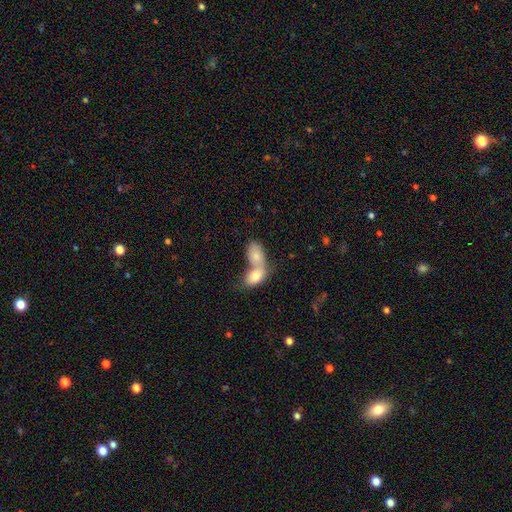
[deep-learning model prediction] The model was most divided on "smooth or featured": smooth: 77%, featured or disk: 16%, star or artifact: 7%. More confident: how rounded — in between (89%); merging — merger (79%).